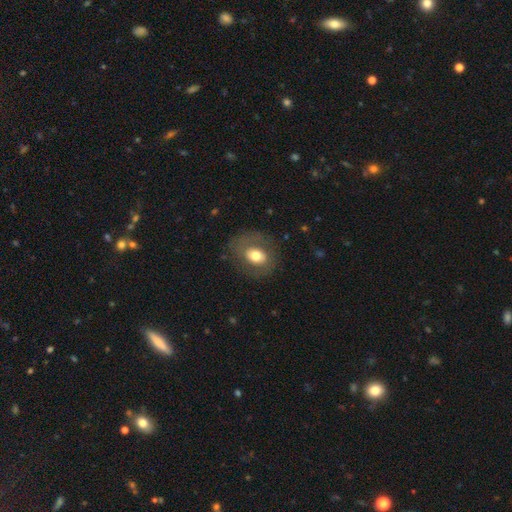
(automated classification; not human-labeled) This appears to be a smooth galaxy with no disk features (62%) that is in between round and cigar-shaped (57%). Merging: none (75%).